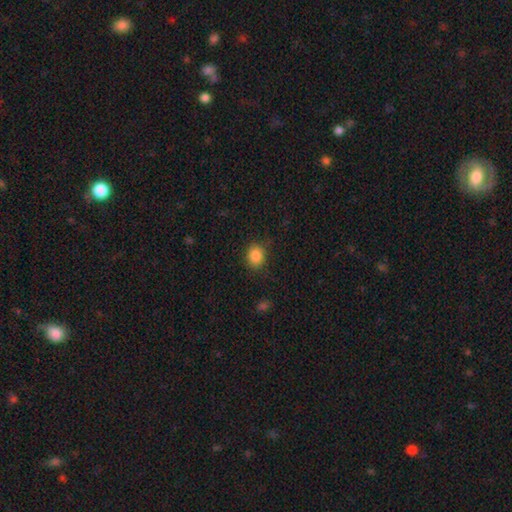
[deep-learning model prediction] Overall: smooth (85%). How rounded: round (64%; in between 36%). Merging: none (83%).